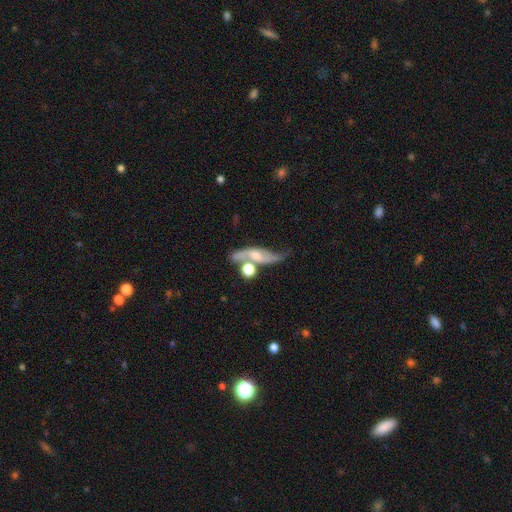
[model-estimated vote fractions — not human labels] Smooth or featured? featured or disk (72%)
Edge-on disk? no (80%)
Bar? no (54%)
Spiral arms? yes (88%)
Spiral winding? loose (77%)
Spiral arm count? 2 (88%)
Bulge size? moderate (47%)
Merging? none (46%)